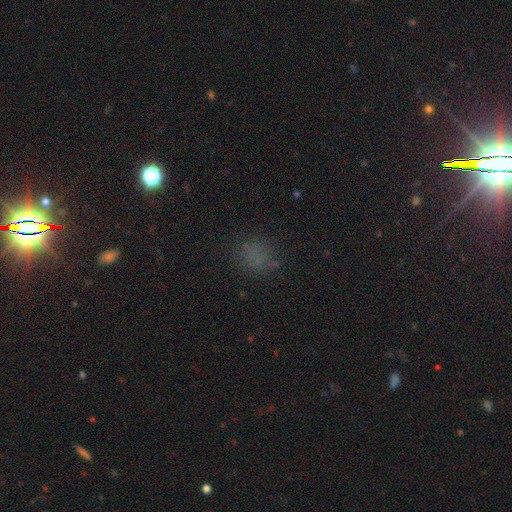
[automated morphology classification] A smooth galaxy with no disk features (62%) that is round (63%). Merging: none (72%).